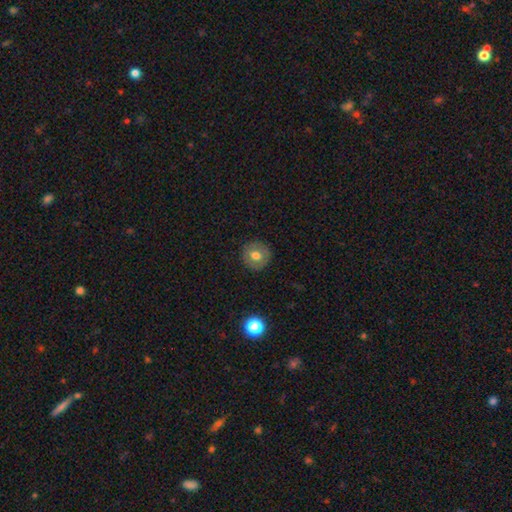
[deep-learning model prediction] A smooth galaxy with no disk features (68%) that is round (93%). Merging: none (90%).